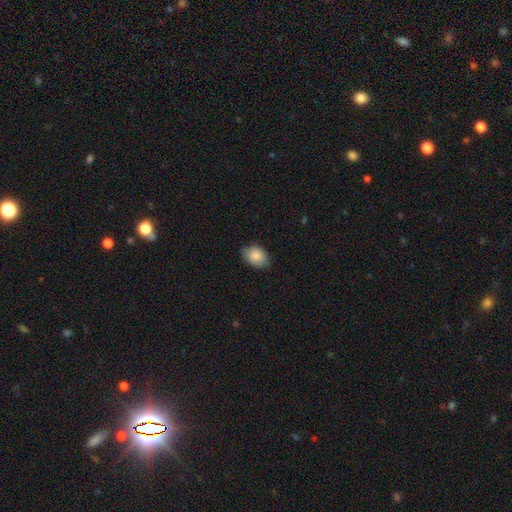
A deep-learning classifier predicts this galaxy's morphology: smooth_or_featured: smooth (p=0.86) [alt: featured or disk p=0.07]
how_rounded: in between (p=0.77) [alt: round p=0.22]
merging: none (p=0.78) [alt: minor disturbance p=0.18]